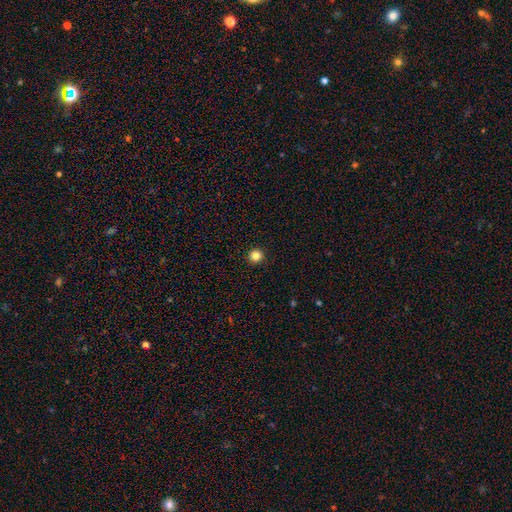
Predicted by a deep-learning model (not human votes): Morphology: type=smooth (84%); roundness=round (95%); merging=none (94%).